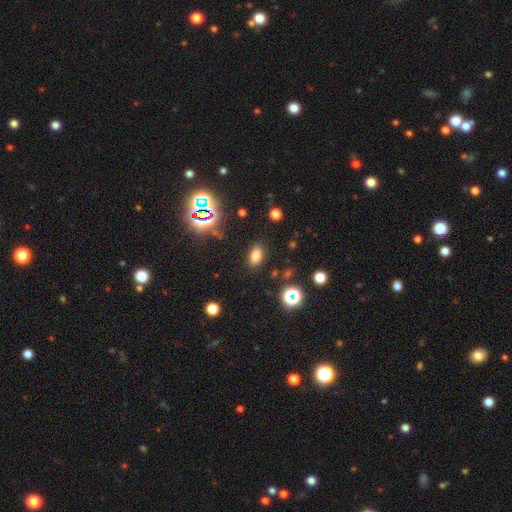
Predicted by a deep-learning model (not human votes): smooth-or-featured: smooth: 73% | star or artifact: 19% | featured or disk: 7%
  how-rounded: in between: 86% | round: 11% | cigar-shaped: 3%
  merging: none: 85% | minor disturbance: 9% | major disturbance: 3% | merger: 2%